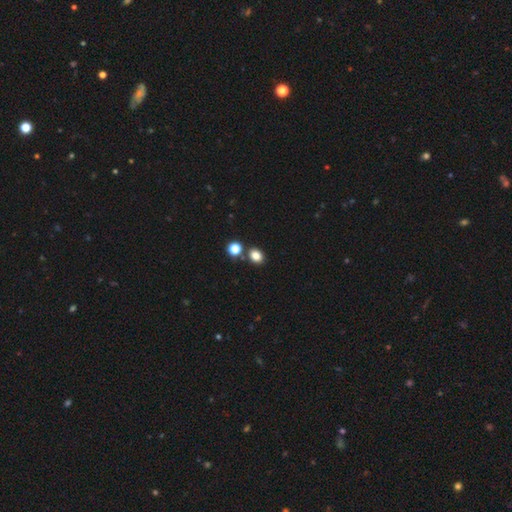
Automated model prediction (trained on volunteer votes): Smooth or featured?
  - smooth: 83% *
  - star or artifact: 13%
  - featured or disk: 5%
How rounded?
  - in between: 52% *
  - round: 47%
  - cigar-shaped: 1%
Merging?
  - none: 77% *
  - merger: 12%
  - minor disturbance: 8%
  - major disturbance: 3%